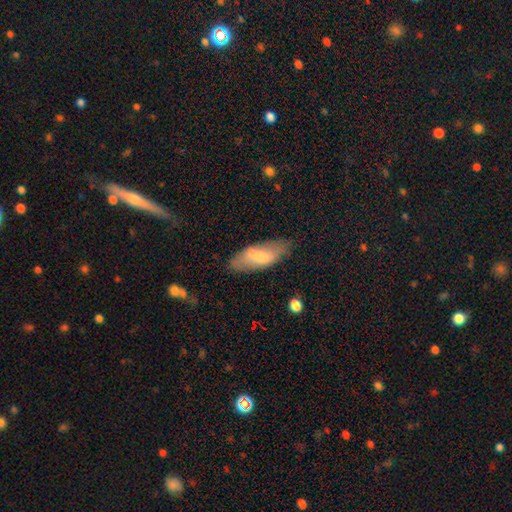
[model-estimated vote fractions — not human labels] smooth_or_featured: smooth (p=0.61) [alt: featured or disk p=0.32]
how_rounded: in between (p=0.72) [alt: cigar-shaped p=0.26]
merging: none (p=0.73) [alt: minor disturbance p=0.19]